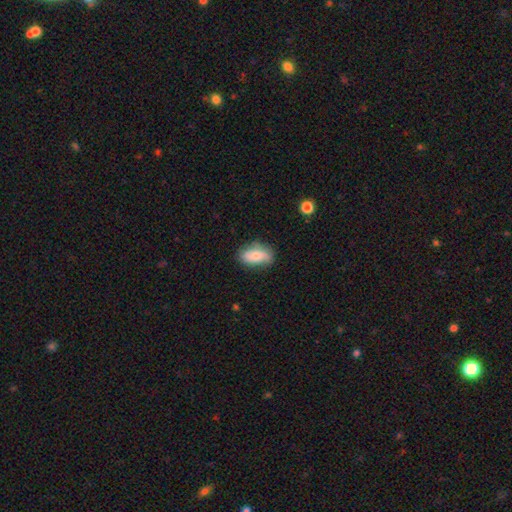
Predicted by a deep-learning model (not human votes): smooth 74%, featured or disk 18%, star or artifact 7%. Down the decision tree: how rounded — in between (88%); merging — none (70%).